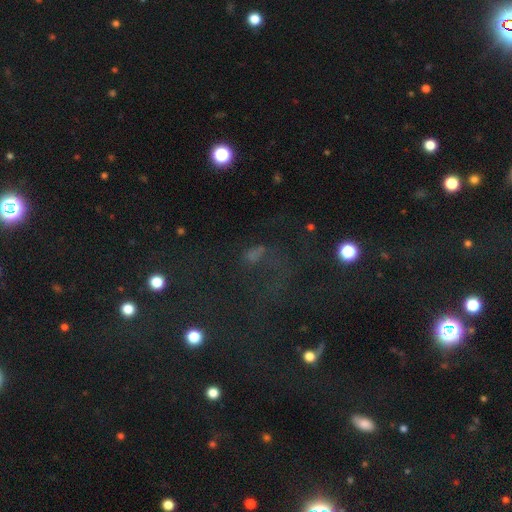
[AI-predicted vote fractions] Morphology: type=star or artifact (43%).